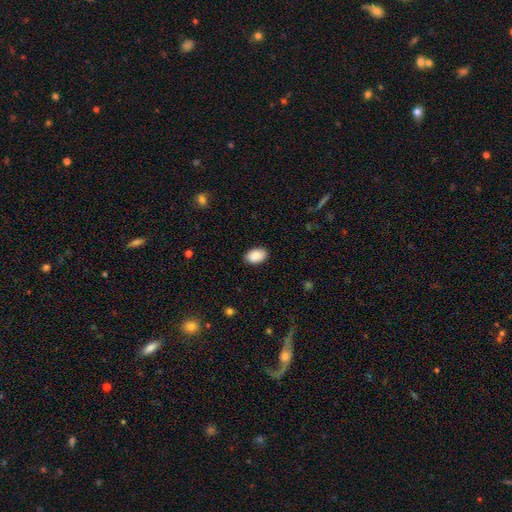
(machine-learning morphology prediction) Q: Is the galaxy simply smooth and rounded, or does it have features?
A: smooth — 88%.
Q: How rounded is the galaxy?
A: in between — 91%.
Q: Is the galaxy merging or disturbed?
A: none — 87%.